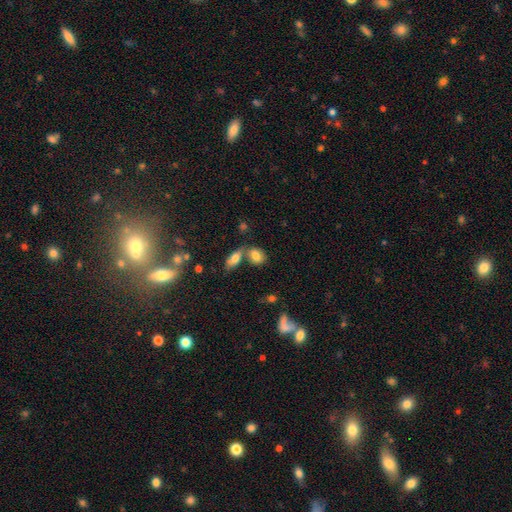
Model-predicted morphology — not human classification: Smooth or featured?
  - smooth: 79% *
  - featured or disk: 12%
  - star or artifact: 9%
How rounded?
  - in between: 73% *
  - round: 23%
  - cigar-shaped: 3%
Merging?
  - none: 50% *
  - merger: 34%
  - minor disturbance: 12%
  - major disturbance: 4%